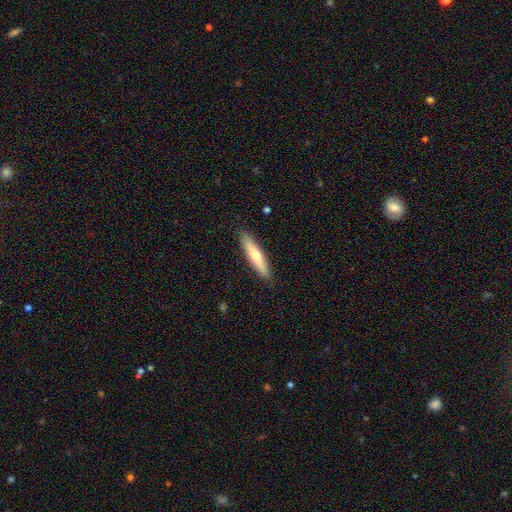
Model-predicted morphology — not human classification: Smooth or featured? Predicted: smooth (p=0.62). How rounded? Predicted: cigar-shaped (p=0.86). Merging? Predicted: none (p=0.89).